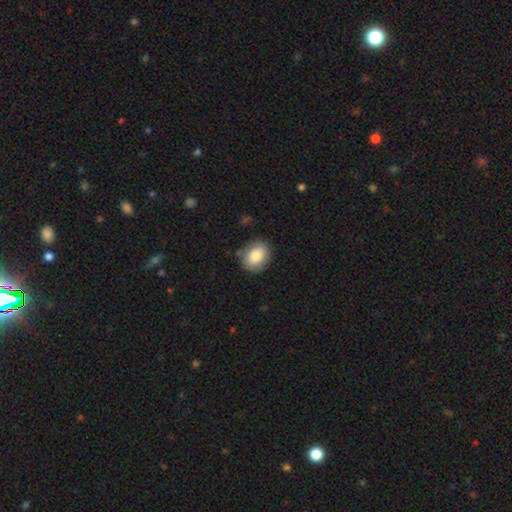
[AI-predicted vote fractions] This is clearly a smooth galaxy (82%). How rounded: possibly in between (50%). Merging: likely none (80%).